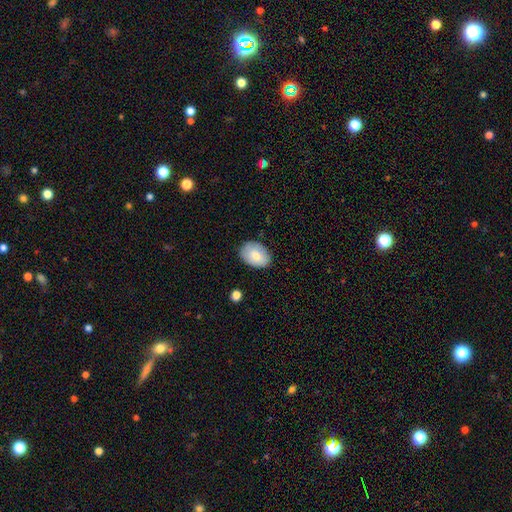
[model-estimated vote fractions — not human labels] A smooth galaxy with no disk features (78%) that is in between round and cigar-shaped (82%).

Vote fractions:
- Smooth or featured? smooth: 78% / featured or disk: 16% / star or artifact: 7%
- How rounded? in between: 82% / round: 17% / cigar-shaped: 1%
- Merging? none: 83% / minor disturbance: 14% / major disturbance: 3% / merger: 1%